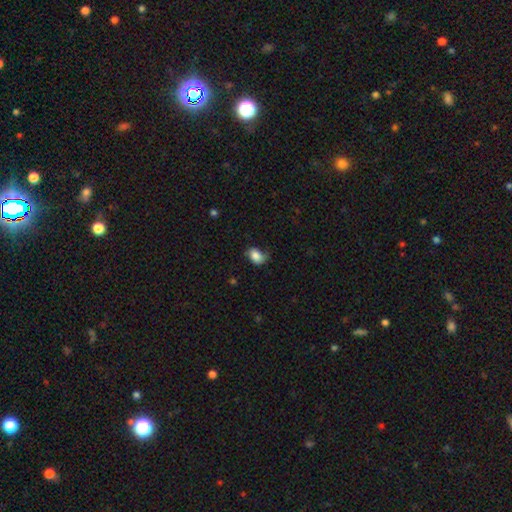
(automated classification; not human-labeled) Smooth or featured?
  - smooth: 81% *
  - featured or disk: 11%
  - star or artifact: 8%
How rounded?
  - in between: 74% *
  - round: 25%
  - cigar-shaped: 1%
Merging?
  - none: 50% *
  - minor disturbance: 35%
  - major disturbance: 13%
  - merger: 2%